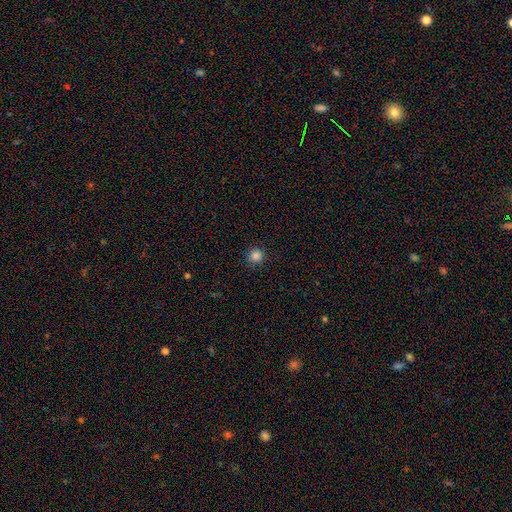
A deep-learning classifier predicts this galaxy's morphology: smooth 85%, star or artifact 12%, featured or disk 3%. Down the decision tree: how rounded — round (95%); merging — none (91%).